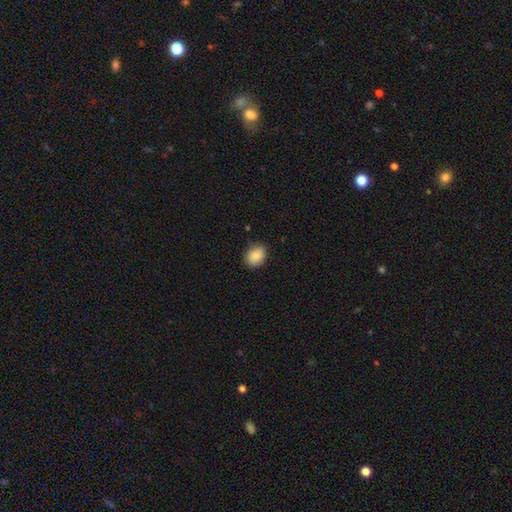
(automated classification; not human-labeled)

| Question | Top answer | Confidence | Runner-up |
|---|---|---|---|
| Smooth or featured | smooth | 87% | star or artifact (7%) |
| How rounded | in between | 52% | round (47%) |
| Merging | none | 84% | minor disturbance (12%) |